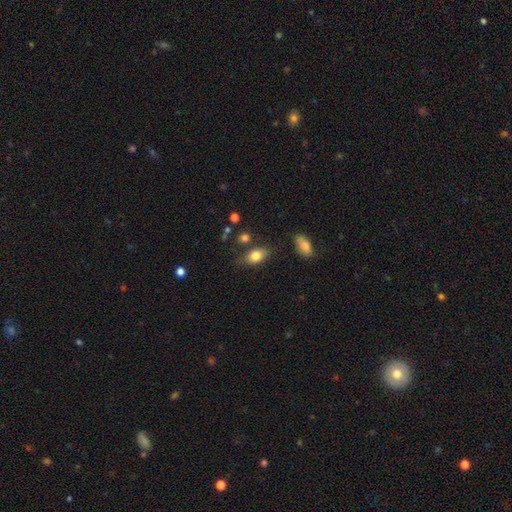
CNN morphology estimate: Overall: smooth (81%). How rounded: in between (85%). Merging: none (70%).